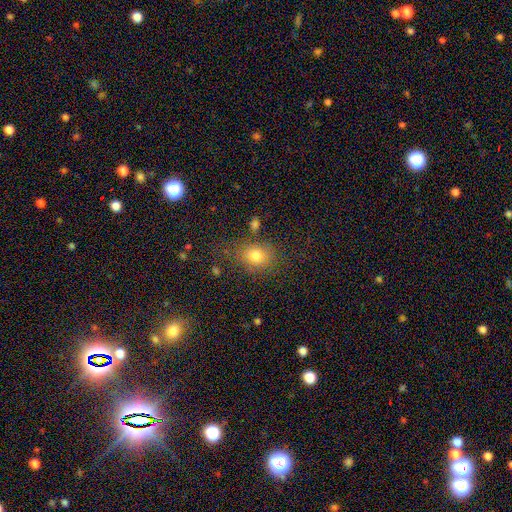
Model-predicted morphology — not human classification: Overall: smooth (77%). How rounded: round (53%; in between 46%). Merging: none (70%).